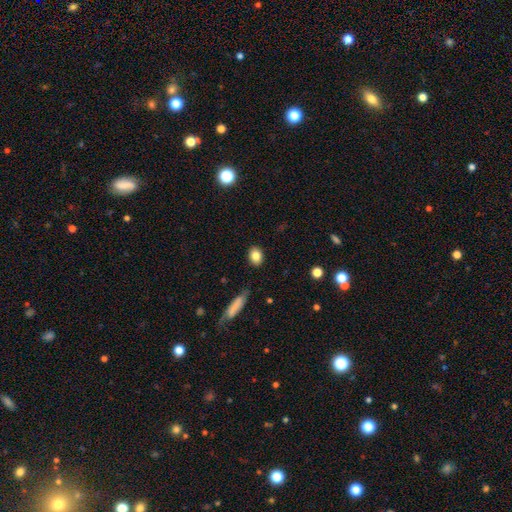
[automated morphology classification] type=smooth (83%); roundness=in between (63%); merging=none (87%).